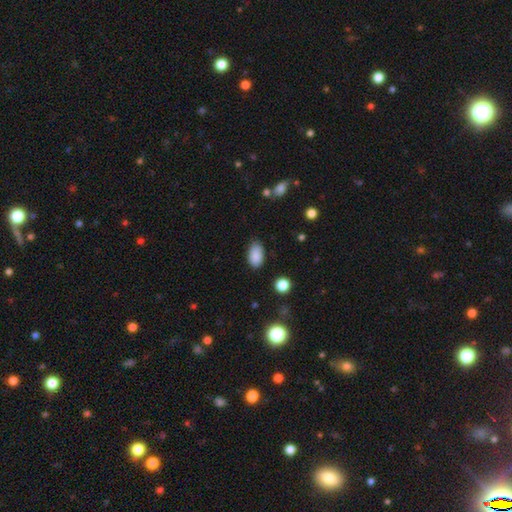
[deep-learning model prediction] A smooth galaxy with no disk features (87%) that is in between round and cigar-shaped (93%). Merging: none (81%).